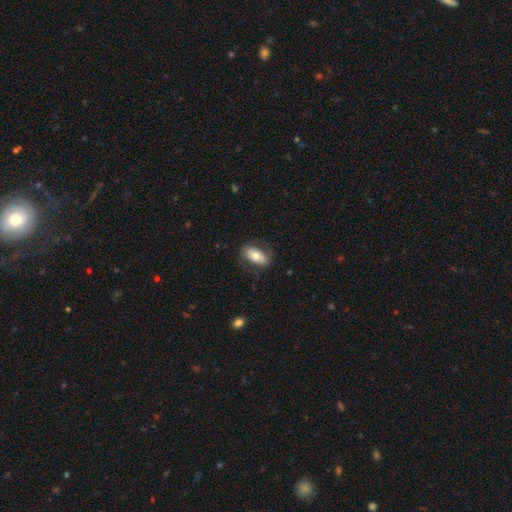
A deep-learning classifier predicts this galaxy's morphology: Smooth or featured? Predicted: smooth (p=0.56). How rounded? Predicted: in between (p=0.90). Merging? Predicted: none (p=0.70).